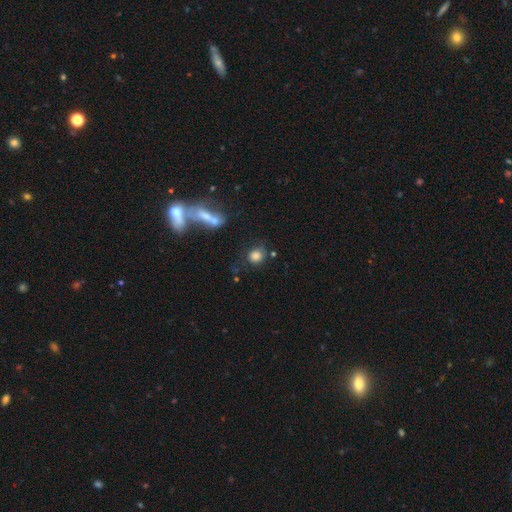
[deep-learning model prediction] smooth 78%, star or artifact 12%, featured or disk 10%. Down the decision tree: how rounded — round (77%); merging — none (60%).